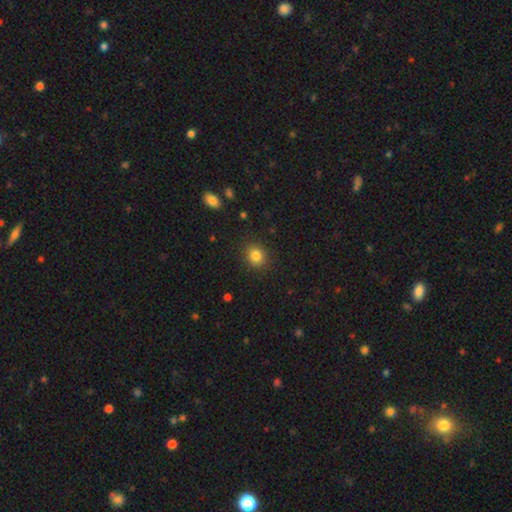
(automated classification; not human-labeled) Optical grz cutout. It shows a smooth galaxy with no disk features (83%) that is round (77%). Merging: none (88%).